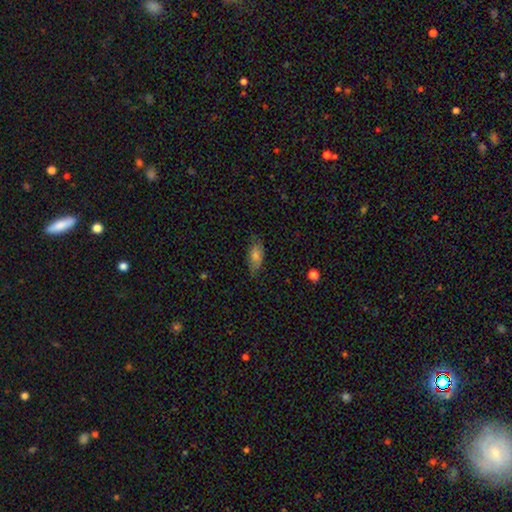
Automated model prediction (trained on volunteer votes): smooth-or-featured: smooth: 66% | featured or disk: 22% | star or artifact: 12%
  how-rounded: in between: 82% | cigar-shaped: 13% | round: 5%
  merging: none: 74% | minor disturbance: 20% | major disturbance: 5% | merger: 1%